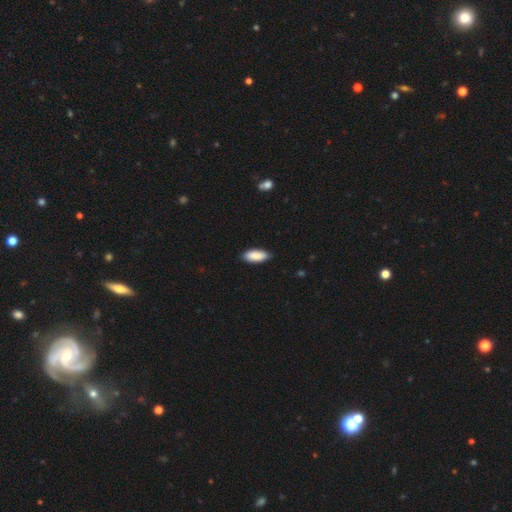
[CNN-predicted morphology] Smooth or featured? smooth (89%)
How rounded? in between (82%)
Merging? none (86%)